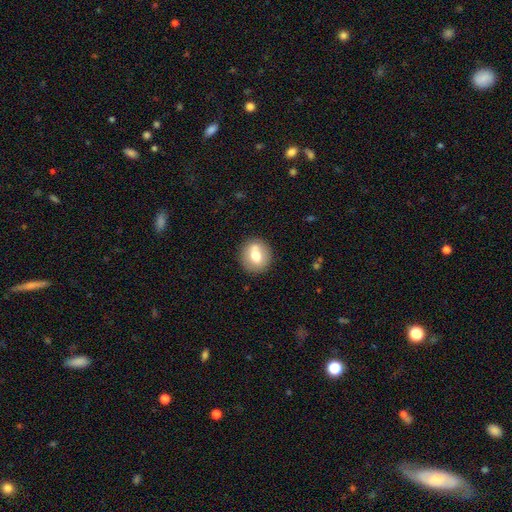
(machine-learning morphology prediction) Smooth or featured? Predicted: smooth (p=0.65). How rounded? Predicted: round (p=0.80). Merging? Predicted: none (p=0.81).